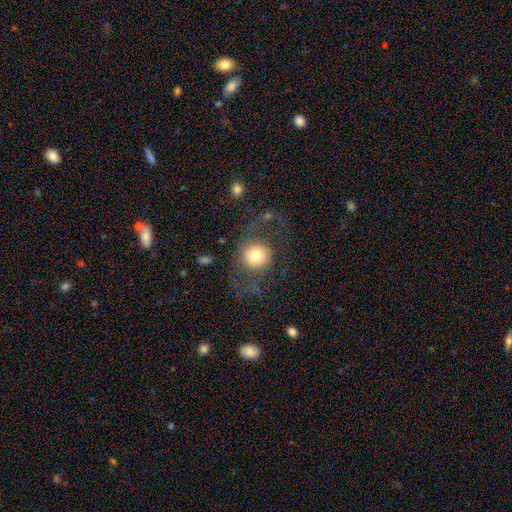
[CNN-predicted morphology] smooth-or-featured: smooth: 65% | featured or disk: 25% | star or artifact: 10%
  how-rounded: round: 89% | in between: 10% | cigar-shaped: 1%
  merging: none: 56% | major disturbance: 27% | minor disturbance: 13% | merger: 3%